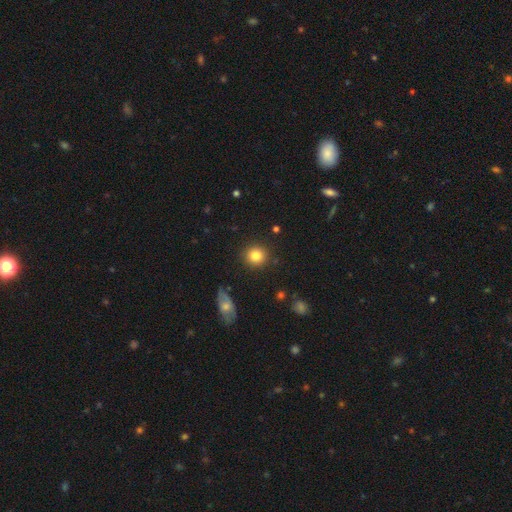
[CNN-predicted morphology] smooth_or_featured: smooth (p=0.83) [alt: star or artifact p=0.10]
how_rounded: round (p=0.89) [alt: in between p=0.10]
merging: none (p=0.89) [alt: minor disturbance p=0.07]